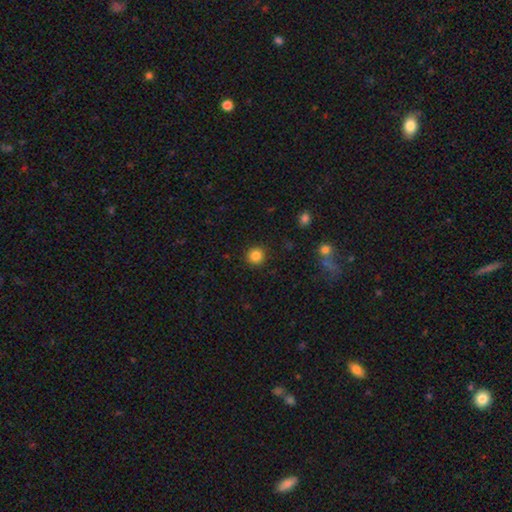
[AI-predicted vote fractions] The model was most divided on "smooth or featured": smooth: 85%, star or artifact: 11%, featured or disk: 4%. More confident: how rounded — round (94%); merging — none (91%).